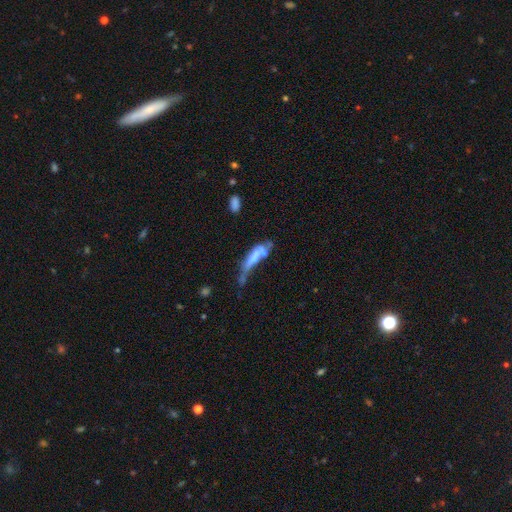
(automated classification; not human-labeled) smooth-or-featured: smooth: 49% | featured or disk: 40% | star or artifact: 10%
  merging: major disturbance: 38% | merger: 27% | minor disturbance: 19% | none: 16%